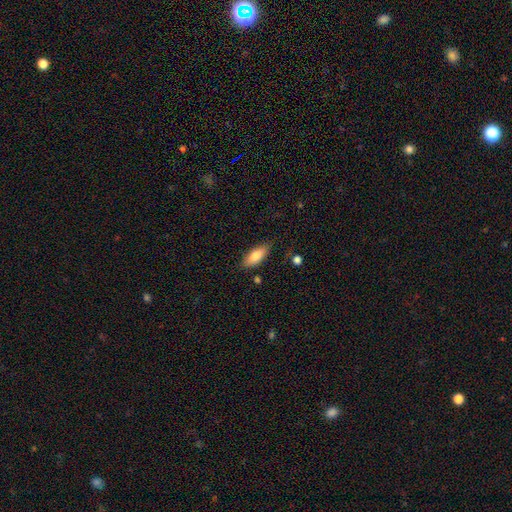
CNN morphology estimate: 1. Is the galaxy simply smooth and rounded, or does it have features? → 79% smooth, 15% featured or disk, 7% star or artifact.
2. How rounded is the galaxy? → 74% in between, 23% cigar-shaped, 2% round.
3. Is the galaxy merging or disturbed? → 79% none, 16% minor disturbance, 3% major disturbance, 2% merger.